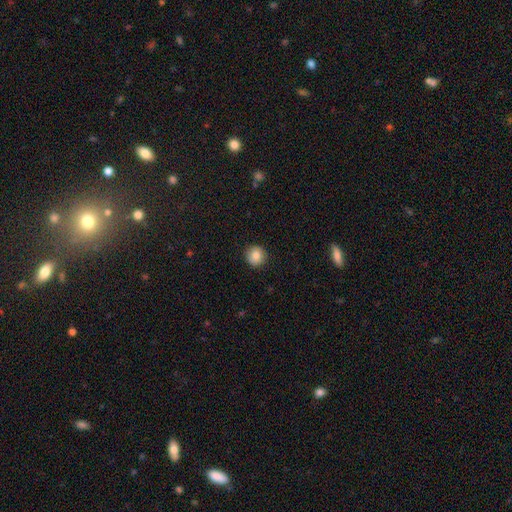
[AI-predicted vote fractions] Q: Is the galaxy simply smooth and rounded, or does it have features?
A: smooth — 83%.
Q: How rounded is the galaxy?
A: round — 93%.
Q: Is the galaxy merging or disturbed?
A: none — 91%.